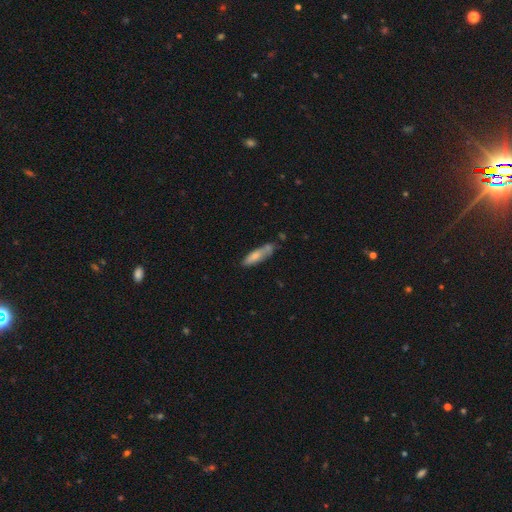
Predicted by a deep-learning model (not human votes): A smooth galaxy with no disk features (72%) that is cigar-shaped (63%). Merging: none (52%).